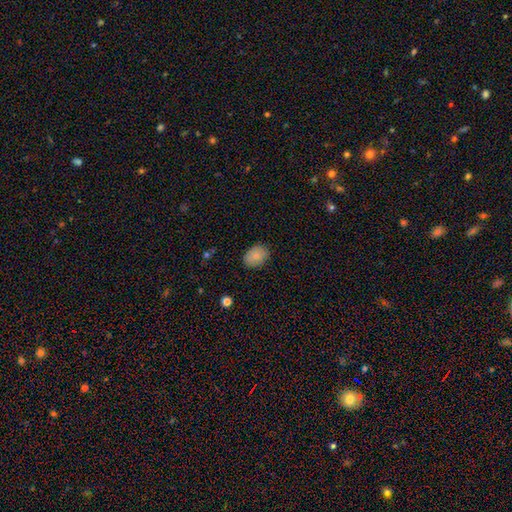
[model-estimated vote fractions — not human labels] A smooth galaxy with no disk features (85%) that is in between round and cigar-shaped (76%). Merging: none (84%).